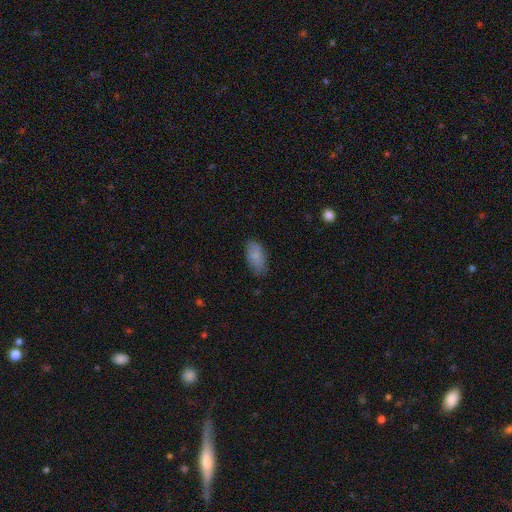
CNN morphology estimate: Smooth or featured? smooth (85%)
How rounded? in between (92%)
Merging? none (76%)